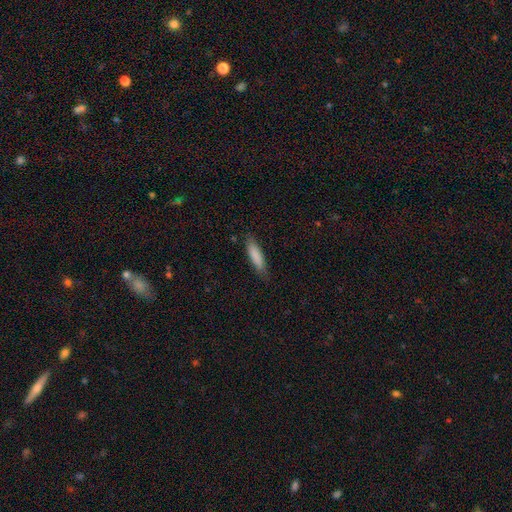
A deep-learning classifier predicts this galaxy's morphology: The model was most divided on "how rounded": cigar-shaped: 67%, in between: 32%, round: 1%. More confident: smooth or featured — smooth (85%); merging — none (80%).